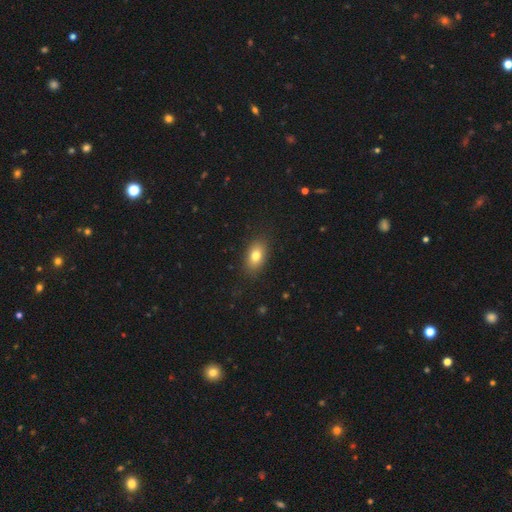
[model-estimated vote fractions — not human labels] A smooth galaxy with no disk features (79%) that is in between round and cigar-shaped (86%).

Vote fractions:
- Smooth or featured? smooth: 79% / featured or disk: 12% / star or artifact: 9%
- How rounded? in between: 86% / round: 11% / cigar-shaped: 3%
- Merging? none: 86% / minor disturbance: 10% / major disturbance: 3% / merger: 1%